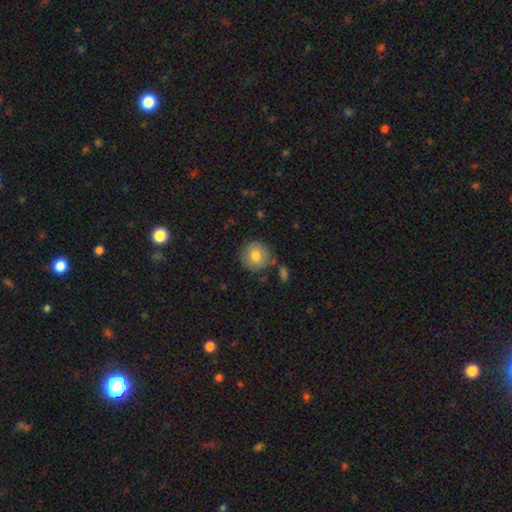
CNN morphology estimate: Smooth or featured: smooth — 79% (featured or disk — 13%)
How rounded: round — 92% (in between — 7%)
Merging: none — 77% (minor disturbance — 13%)